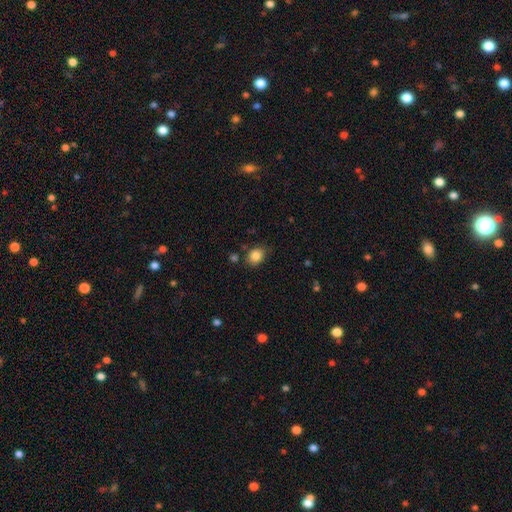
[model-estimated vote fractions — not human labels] Q: Smooth or featured?
A: smooth (85%); runner-up: star or artifact (10%)
Q: How rounded?
A: round (51%); runner-up: in between (48%)
Q: Merging?
A: none (76%); runner-up: minor disturbance (16%)